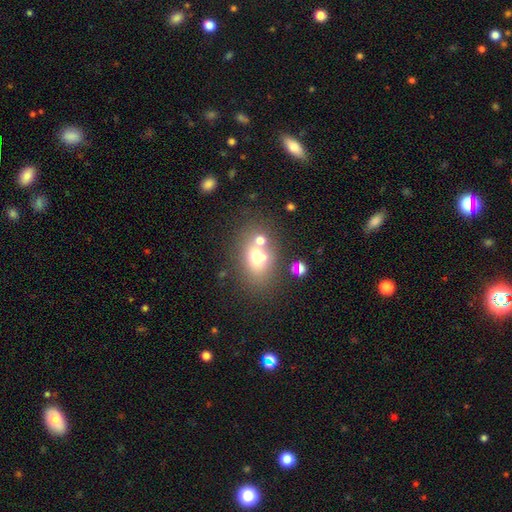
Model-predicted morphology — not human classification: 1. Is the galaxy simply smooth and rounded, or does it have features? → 64% smooth, 22% featured or disk, 14% star or artifact.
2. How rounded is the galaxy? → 66% in between, 33% round, 2% cigar-shaped.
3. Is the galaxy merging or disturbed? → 44% none, 38% merger, 12% minor disturbance, 7% major disturbance.